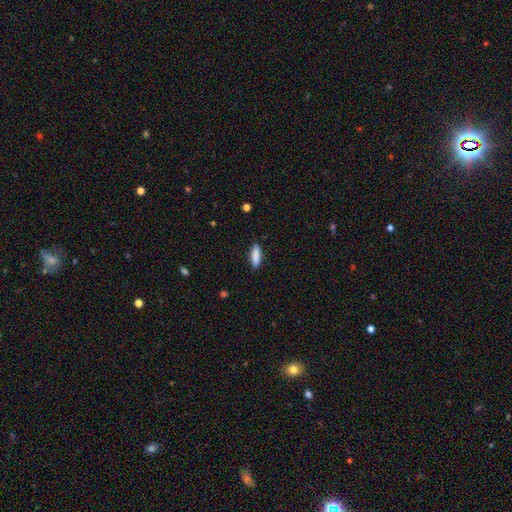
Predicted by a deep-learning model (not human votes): smooth 87%, featured or disk 7%, star or artifact 6%. Down the decision tree: how rounded — cigar-shaped (51%); merging — none (88%).